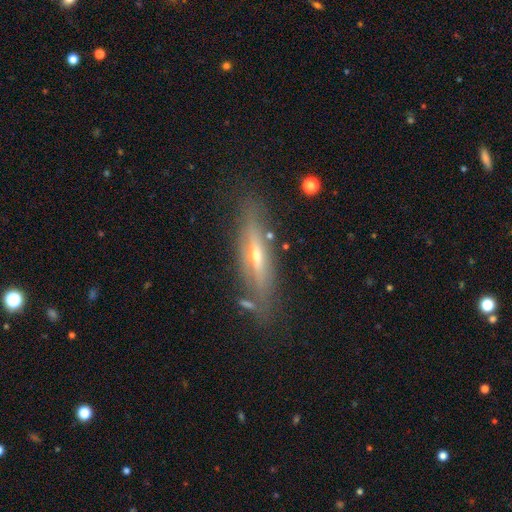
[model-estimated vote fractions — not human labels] A featured or disk galaxy (73%) viewed edge-on (83%) with a rounded central bulge (85%).

Vote fractions:
- Smooth or featured? featured or disk: 73% / smooth: 19% / star or artifact: 8%
- Edge-on disk? yes: 83% / no: 17%
- Edge-on bulge? rounded: 85% / none: 12% / boxy: 3%
- Merging? none: 80% / minor disturbance: 13% / major disturbance: 4% / merger: 3%